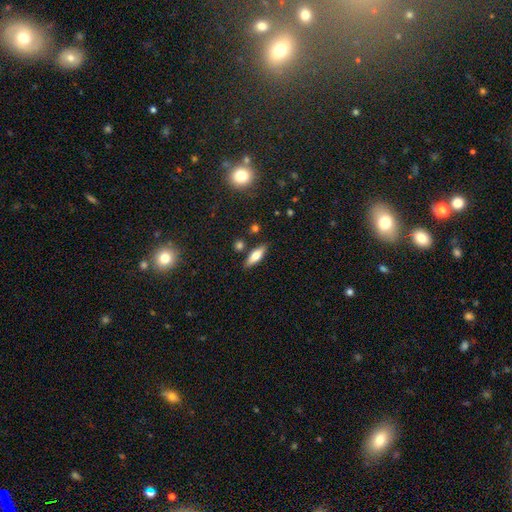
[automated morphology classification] A smooth galaxy with no disk features (66%) that is in between round and cigar-shaped (57%).

Vote fractions:
- Smooth or featured? smooth: 66% / featured or disk: 26% / star or artifact: 8%
- How rounded? in between: 57% / cigar-shaped: 40% / round: 3%
- Merging? none: 82% / minor disturbance: 10% / merger: 5% / major disturbance: 2%